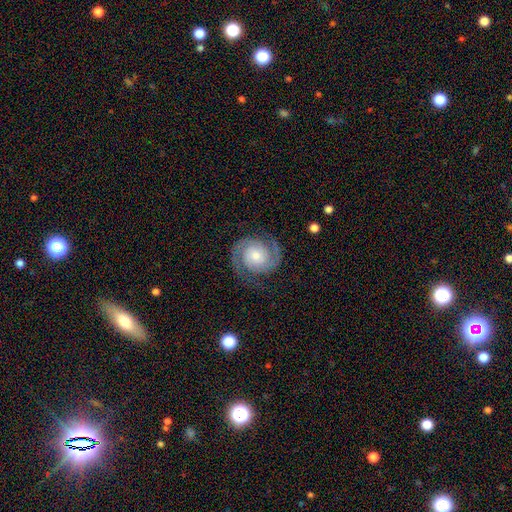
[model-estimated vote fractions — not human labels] This appears to be a featured or disk galaxy (90%) with no bar (71%), 2 (93%) tight (55%) spiral arms (98%) and a moderate central bulge (48%). Merging: none (82%).